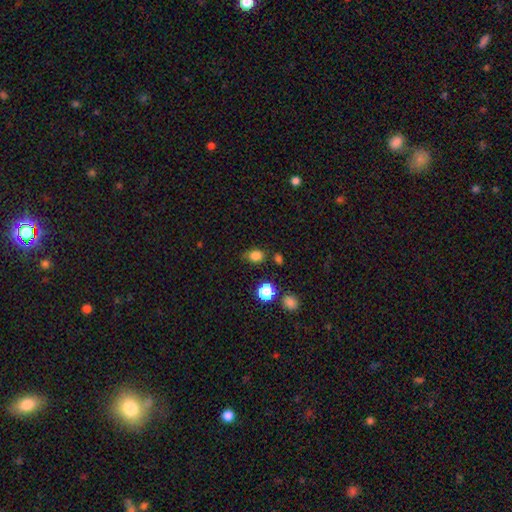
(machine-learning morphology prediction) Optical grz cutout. It shows a smooth galaxy with no disk features (82%) that is in between round and cigar-shaped (50%). Merging: none (72%).